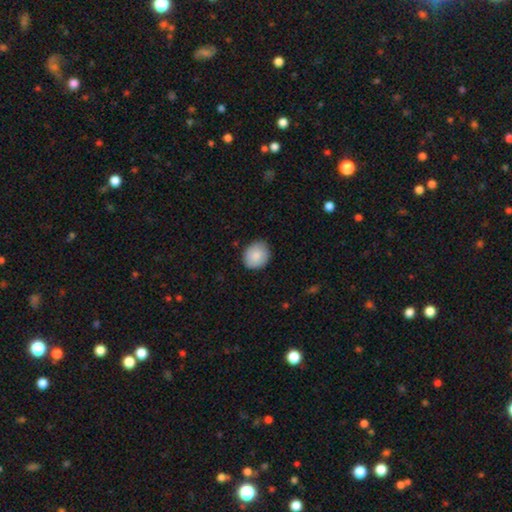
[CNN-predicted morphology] Q: Smooth or featured?
A: smooth (85%); runner-up: featured or disk (8%)
Q: How rounded?
A: round (65%); runner-up: in between (35%)
Q: Merging?
A: none (83%); runner-up: minor disturbance (14%)